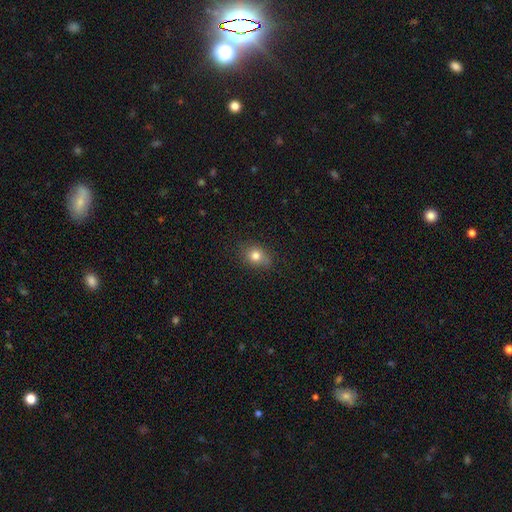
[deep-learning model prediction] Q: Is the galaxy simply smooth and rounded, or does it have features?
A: smooth — 80%.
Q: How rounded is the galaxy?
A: round — 54%.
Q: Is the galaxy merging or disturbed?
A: none — 80%.